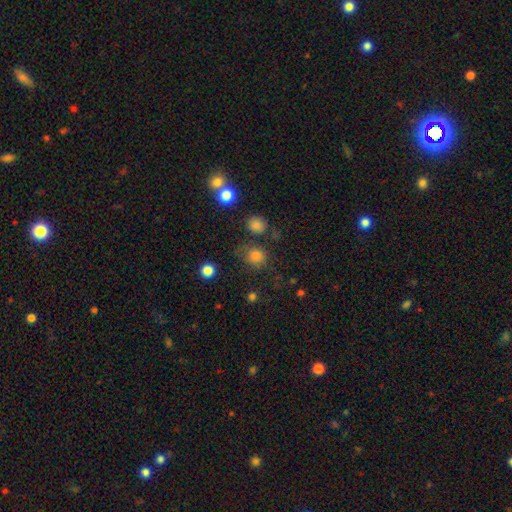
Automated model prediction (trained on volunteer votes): Smooth or featured? smooth (77%)
How rounded? round (79%)
Merging? none (67%)